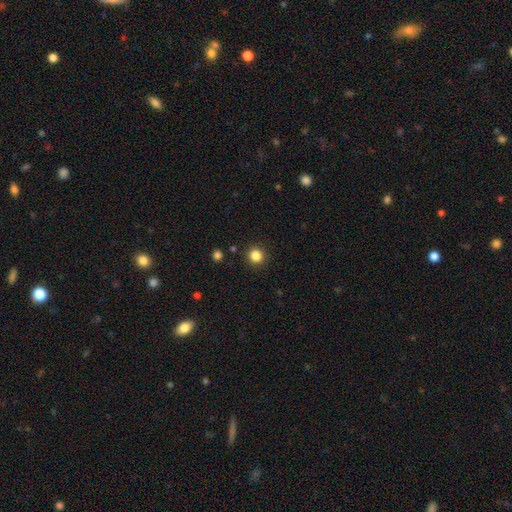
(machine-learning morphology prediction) smooth-or-featured: smooth: 85% | star or artifact: 12% | featured or disk: 4%
  how-rounded: round: 90% | in between: 9% | cigar-shaped: 1%
  merging: none: 91% | minor disturbance: 6% | major disturbance: 2% | merger: 1%